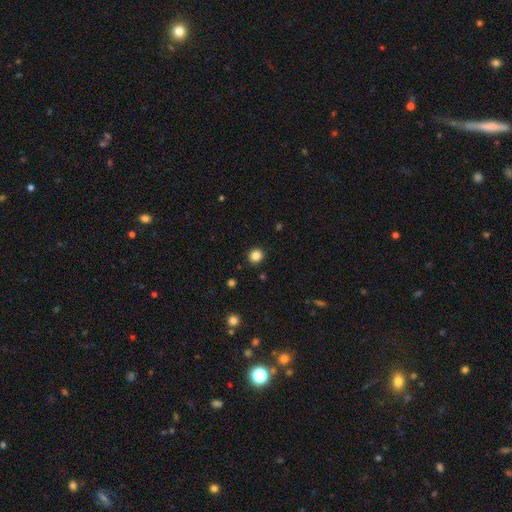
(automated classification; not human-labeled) smooth-or-featured: smooth: 84% | star or artifact: 11% | featured or disk: 4%
  how-rounded: round: 88% | in between: 11% | cigar-shaped: 1%
  merging: none: 92% | minor disturbance: 5% | major disturbance: 2% | merger: 1%